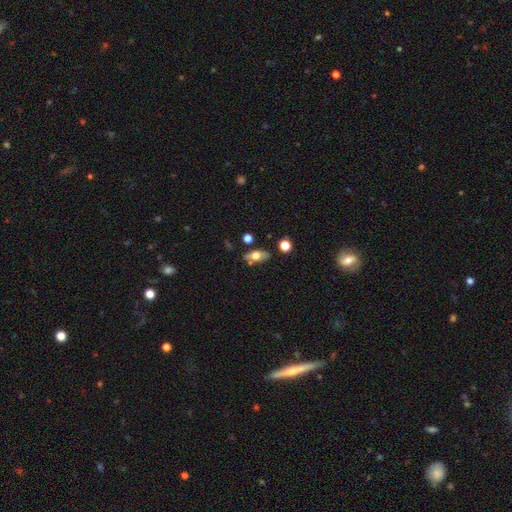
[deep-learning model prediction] Overall: smooth (58%; featured or disk 33%). How rounded: in between (84%). Merging: none (72%).